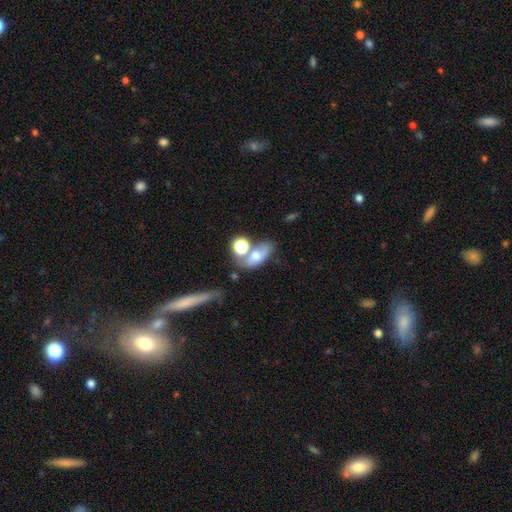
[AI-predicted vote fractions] This appears to be a smooth galaxy with no disk features (58%) that is in between round and cigar-shaped (71%). Merging: none (40%).